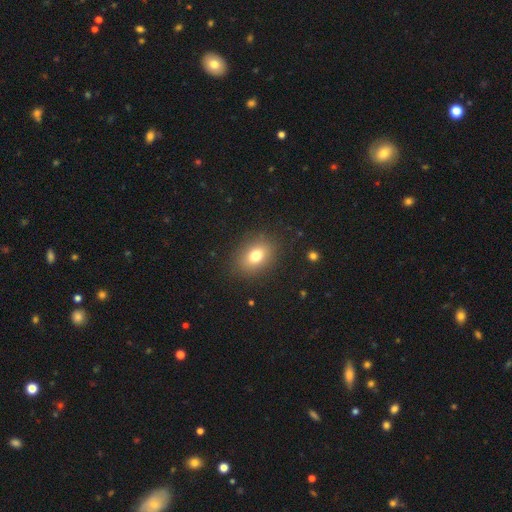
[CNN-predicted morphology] Smooth or featured: smooth — 77% (featured or disk — 12%)
How rounded: in between — 70% (round — 28%)
Merging: none — 86% (minor disturbance — 9%)